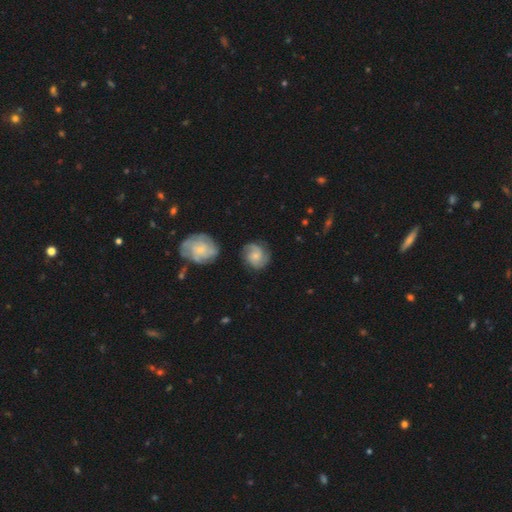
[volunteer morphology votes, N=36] Smooth or featured: featured or disk — 69% (smooth — 31%)
Edge-on disk: no — 96% (yes — 4%)
Bar: no — 75% (weak — 25%)
Spiral arms: yes — 100%
Spiral winding: medium — 50% (tight — 33%)
Spiral arm count: 2 — 75% (1 — 8%)
Bulge size: small — 62% (moderate — 38%)
Merging: none — 67% (minor disturbance — 14%)